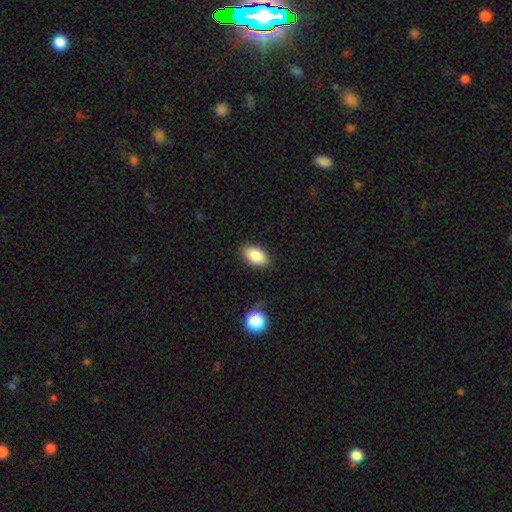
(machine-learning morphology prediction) smooth 85%, star or artifact 8%, featured or disk 7%. Down the decision tree: how rounded — in between (92%); merging — none (85%).